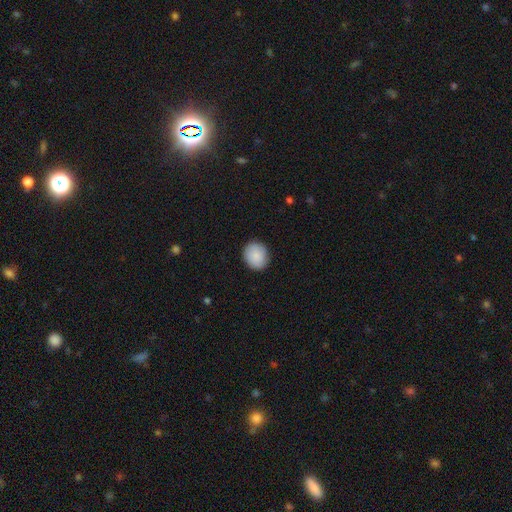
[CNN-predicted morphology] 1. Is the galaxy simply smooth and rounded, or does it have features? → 88% smooth, 7% star or artifact, 5% featured or disk.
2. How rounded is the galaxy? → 73% round, 26% in between, 1% cigar-shaped.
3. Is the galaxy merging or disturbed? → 90% none, 8% minor disturbance, 2% major disturbance, 1% merger.